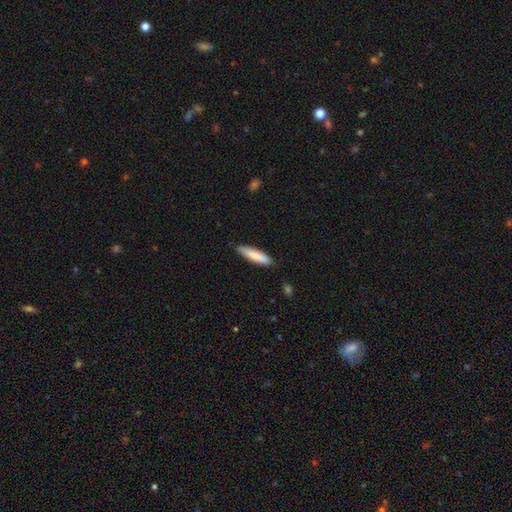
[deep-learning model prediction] Overall: smooth (82%). How rounded: cigar-shaped (78%). Merging: none (84%).